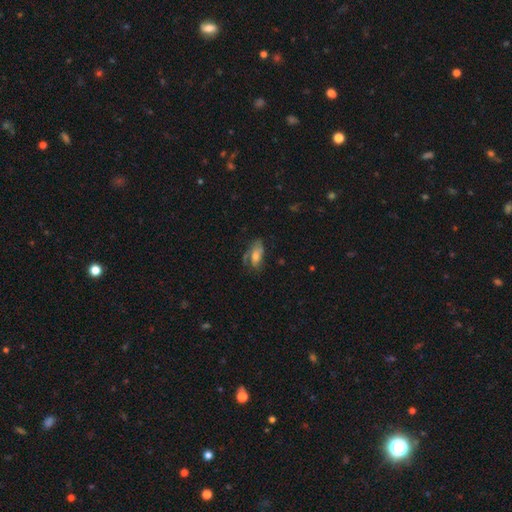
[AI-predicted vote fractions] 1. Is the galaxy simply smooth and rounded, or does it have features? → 51% smooth, 37% featured or disk, 11% star or artifact.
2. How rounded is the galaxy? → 82% in between, 14% cigar-shaped, 4% round.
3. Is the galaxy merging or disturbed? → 46% none, 27% minor disturbance, 23% major disturbance, 4% merger.